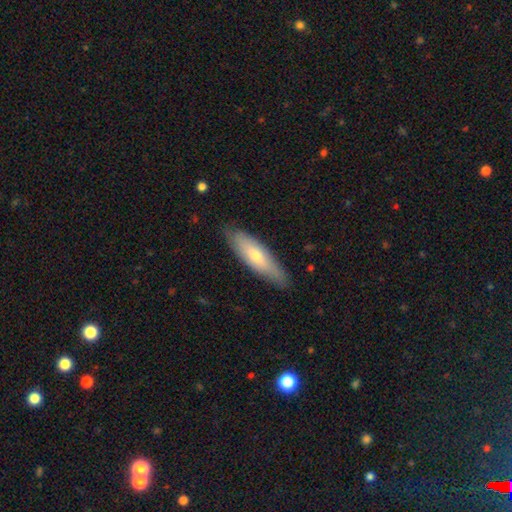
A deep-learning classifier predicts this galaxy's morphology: Smooth or featured: smooth — 60% (featured or disk — 35%)
How rounded: cigar-shaped — 59% (in between — 39%)
Merging: none — 84% (minor disturbance — 13%)